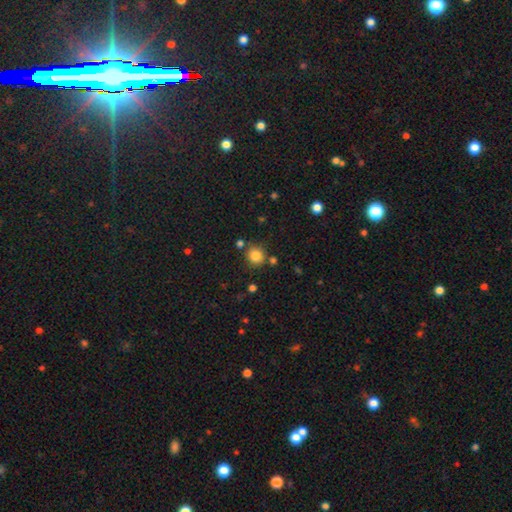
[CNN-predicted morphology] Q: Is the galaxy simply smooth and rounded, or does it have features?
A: smooth — 83%.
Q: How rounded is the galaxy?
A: round — 90%.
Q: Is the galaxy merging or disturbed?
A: none — 78%.